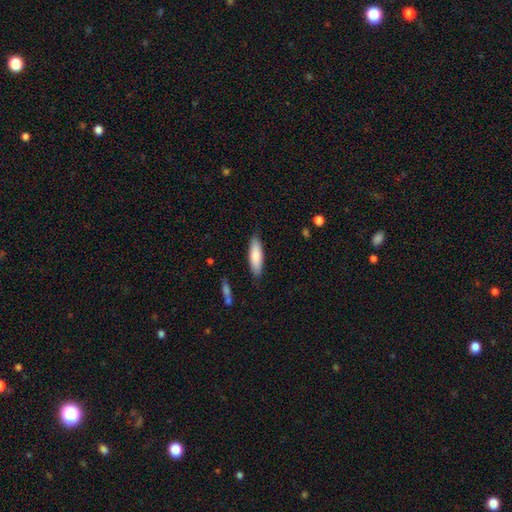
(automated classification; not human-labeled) Morphology: type=smooth (83%); roundness=cigar-shaped (50%); merging=none (85%).